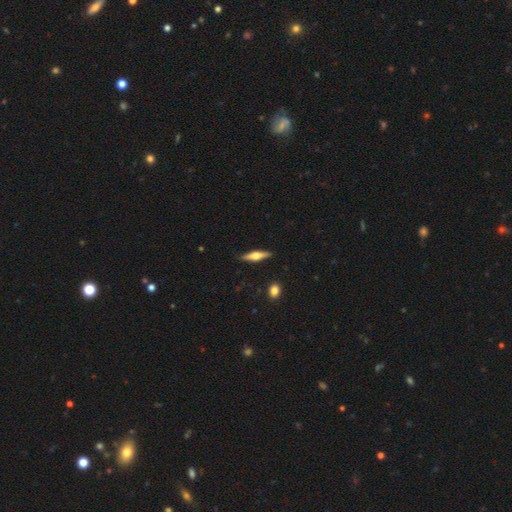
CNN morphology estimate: This is possibly a featured or disk galaxy (56%). It is clearly viewed edge-on (95%). Edge-on bulge: clearly rounded (92%). Merging: clearly none (88%).